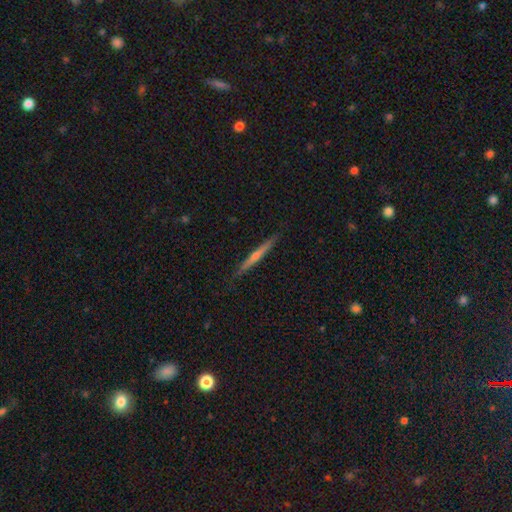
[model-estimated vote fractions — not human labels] Smooth or featured? Predicted: featured or disk (p=0.71). Edge-on disk? Predicted: yes (p=0.98). Edge-on bulge? Predicted: rounded (p=0.71). Merging? Predicted: none (p=0.90).